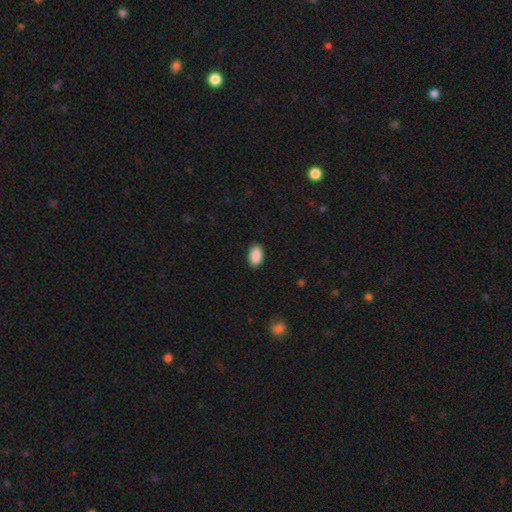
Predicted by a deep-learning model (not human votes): Smooth or featured?
  - smooth: 90% *
  - star or artifact: 7%
  - featured or disk: 3%
How rounded?
  - in between: 93% *
  - round: 6%
  - cigar-shaped: 1%
Merging?
  - none: 89% *
  - minor disturbance: 8%
  - major disturbance: 2%
  - merger: 1%